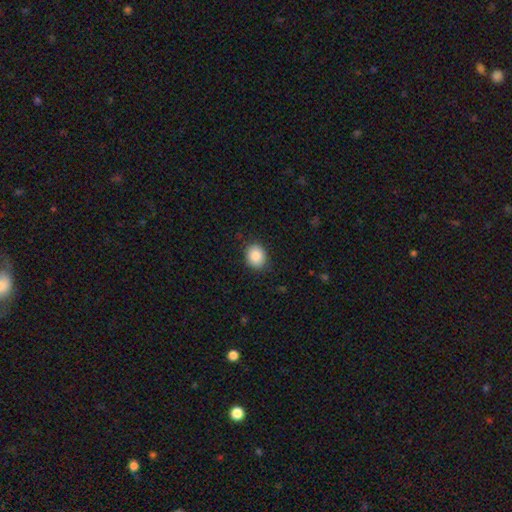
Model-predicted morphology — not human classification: Smooth or featured? smooth (86%)
How rounded? round (57%)
Merging? none (86%)